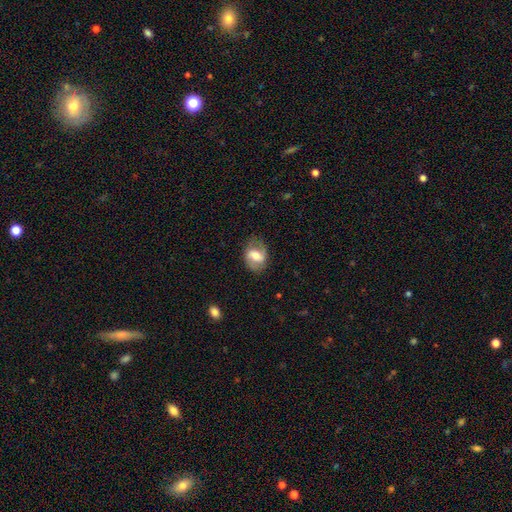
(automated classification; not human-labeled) smooth-or-featured: smooth: 46% (tied) | featured or disk: 46% (tied) | star or artifact: 7%
  merging: none: 72% | minor disturbance: 19% | major disturbance: 8% | merger: 1%